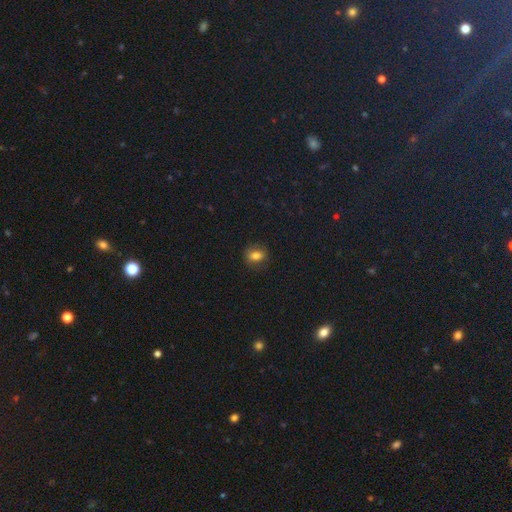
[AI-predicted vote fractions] Smooth or featured: smooth — 78% (star or artifact — 12%)
How rounded: in between — 55% (round — 43%)
Merging: none — 83% (minor disturbance — 13%)